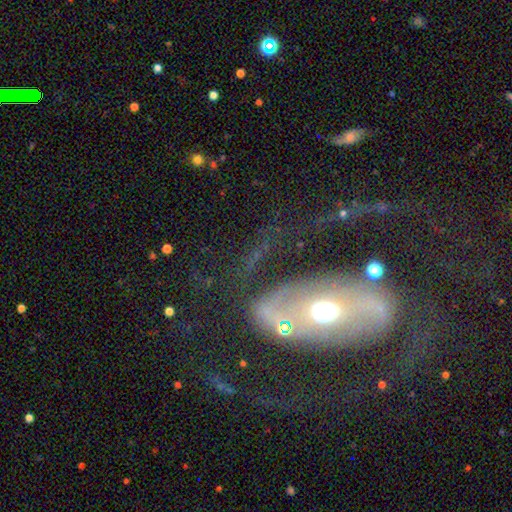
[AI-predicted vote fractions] featured or disk 86%, smooth 9%, star or artifact 6%. Down the decision tree: edge-on disk — no (95%); bar — strong (36%); spiral arms — yes (87%); spiral arm count — 2 (89%); spiral winding — medium (48%); bulge size — moderate (67%); merging — none (70%).